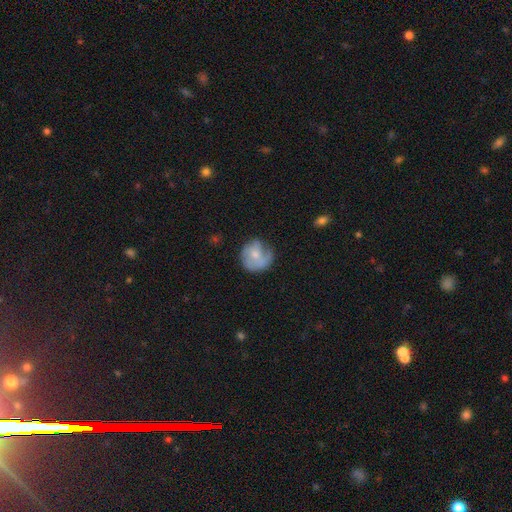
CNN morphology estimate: The model was most divided on "smooth or featured": smooth: 55%, featured or disk: 37%, star or artifact: 8%. More confident: how rounded — round (81%); merging — none (50%).